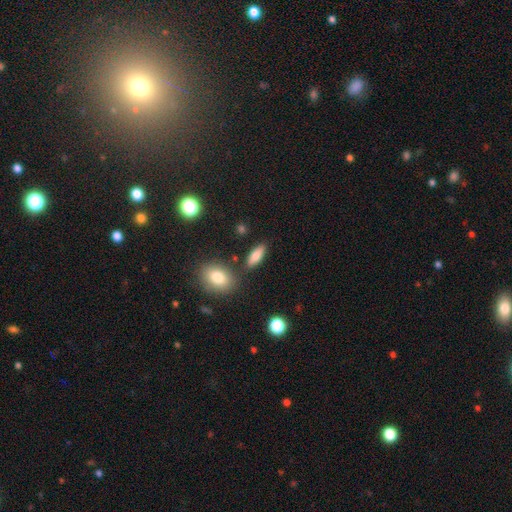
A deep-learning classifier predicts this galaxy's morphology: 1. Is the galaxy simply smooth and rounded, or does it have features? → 80% smooth, 12% featured or disk, 8% star or artifact.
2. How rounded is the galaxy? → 68% in between, 28% cigar-shaped, 4% round.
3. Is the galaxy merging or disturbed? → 80% none, 11% minor disturbance, 6% merger, 3% major disturbance.